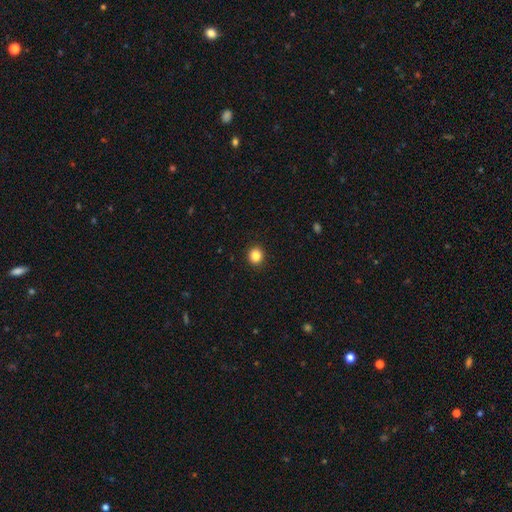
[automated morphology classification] Smooth or featured? Predicted: smooth (p=0.85). How rounded? Predicted: round (p=0.89). Merging? Predicted: none (p=0.93).